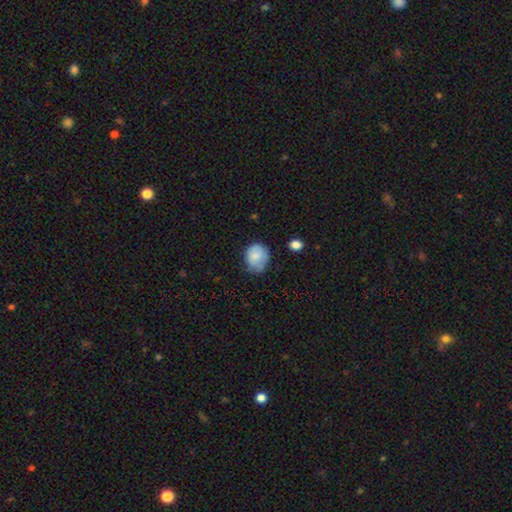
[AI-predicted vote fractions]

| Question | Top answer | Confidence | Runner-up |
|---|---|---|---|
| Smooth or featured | smooth | 80% | featured or disk (12%) |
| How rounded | round | 59% | in between (40%) |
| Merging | none | 53% | minor disturbance (35%) |